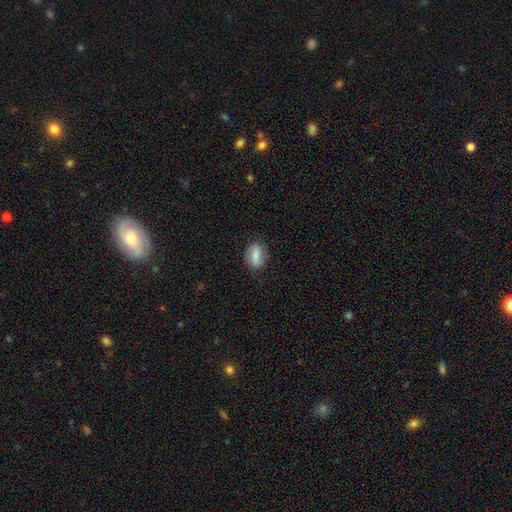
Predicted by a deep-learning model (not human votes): smooth_or_featured: smooth (p=0.76) [alt: featured or disk p=0.17]
how_rounded: in between (p=0.81) [alt: round p=0.15]
merging: none (p=0.80) [alt: minor disturbance p=0.15]